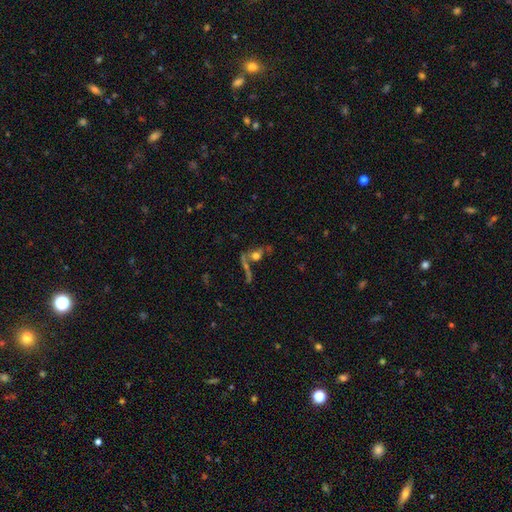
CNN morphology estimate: type=smooth (44%); merging=merger (37%).